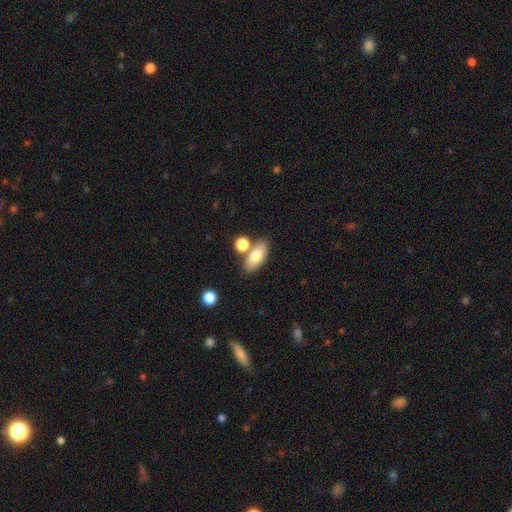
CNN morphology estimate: Smooth or featured?
  - smooth: 77% *
  - featured or disk: 15%
  - star or artifact: 7%
How rounded?
  - in between: 85% *
  - cigar-shaped: 9%
  - round: 6%
Merging?
  - none: 65% *
  - merger: 20%
  - minor disturbance: 11%
  - major disturbance: 3%